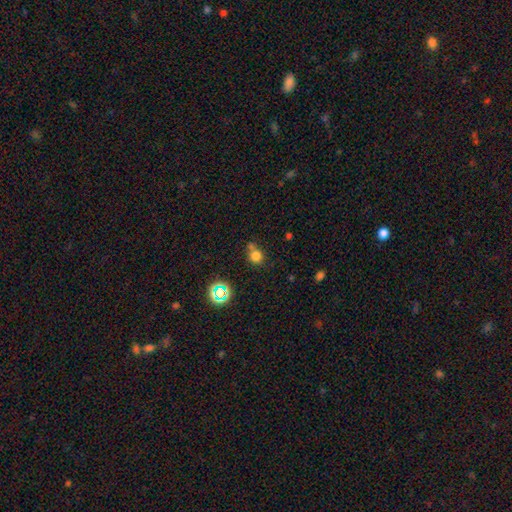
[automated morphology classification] smooth_or_featured: smooth (p=0.74) [alt: star or artifact p=0.18]
how_rounded: round (p=0.84) [alt: in between p=0.15]
merging: none (p=0.56) [alt: merger p=0.26]